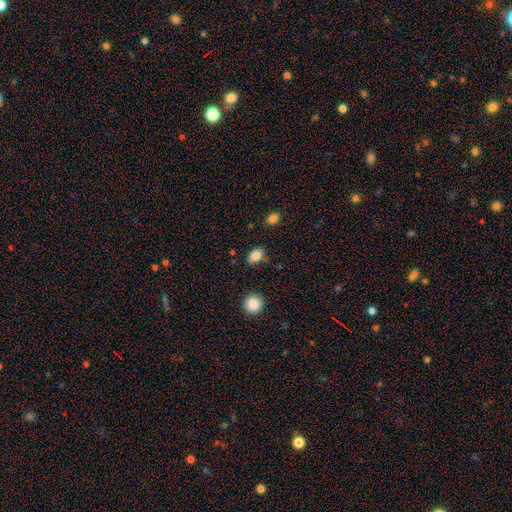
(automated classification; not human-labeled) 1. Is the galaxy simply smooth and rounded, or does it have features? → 85% smooth, 10% star or artifact, 5% featured or disk.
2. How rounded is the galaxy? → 74% in between, 25% round, 1% cigar-shaped.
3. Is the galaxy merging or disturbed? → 80% none, 14% minor disturbance, 3% major disturbance, 2% merger.